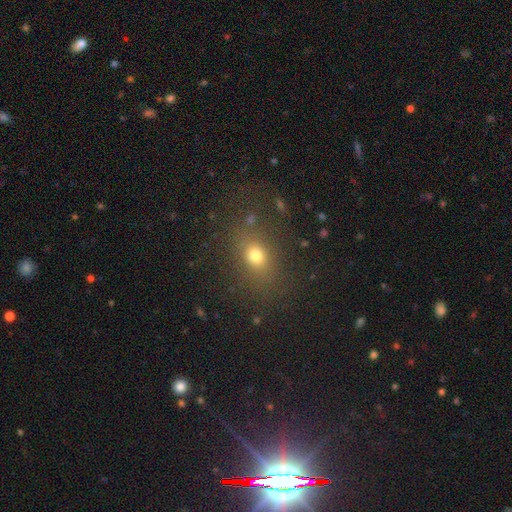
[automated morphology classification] Smooth or featured?
  - smooth: 72% *
  - star or artifact: 18%
  - featured or disk: 10%
How rounded?
  - in between: 52% *
  - round: 45%
  - cigar-shaped: 2%
Merging?
  - none: 78% *
  - minor disturbance: 12%
  - major disturbance: 7%
  - merger: 3%